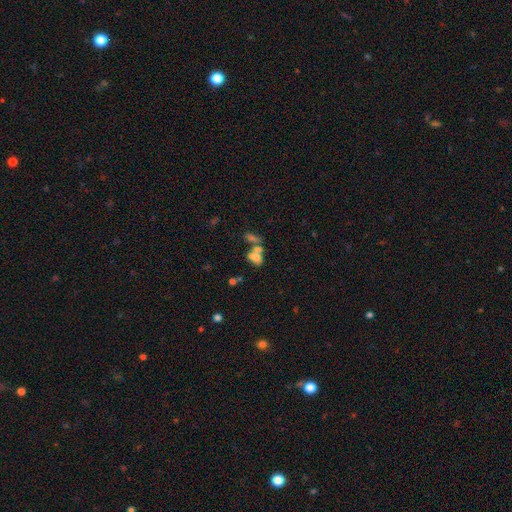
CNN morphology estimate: Smooth or featured? smooth (61%)
How rounded? in between (75%)
Merging? merger (55%)